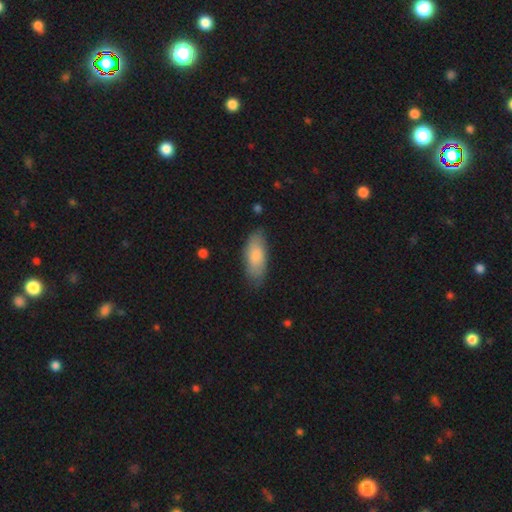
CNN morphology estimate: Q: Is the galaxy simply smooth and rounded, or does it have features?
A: smooth — 82%.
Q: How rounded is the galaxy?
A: in between — 81%.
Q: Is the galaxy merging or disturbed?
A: none — 77%.